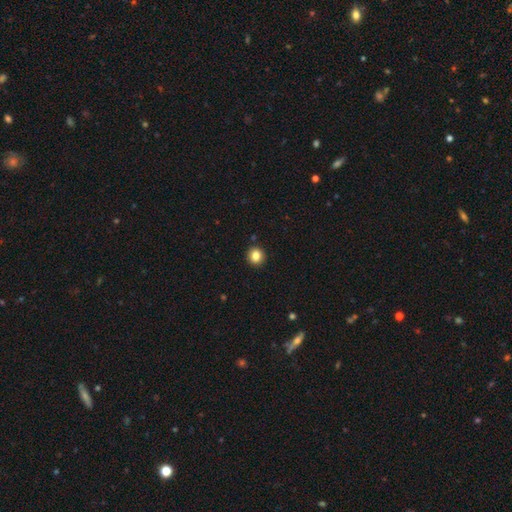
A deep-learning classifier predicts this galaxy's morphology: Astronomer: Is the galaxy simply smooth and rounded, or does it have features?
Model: smooth — 84%.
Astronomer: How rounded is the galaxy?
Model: round — 89%.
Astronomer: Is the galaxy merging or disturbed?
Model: none — 92%.